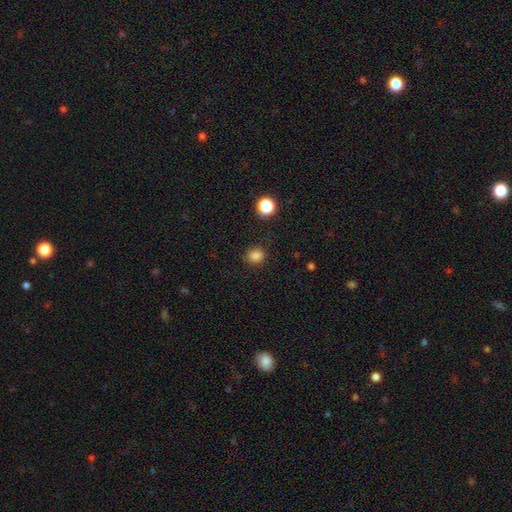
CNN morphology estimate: type=smooth (83%); roundness=round (65%); merging=none (85%).